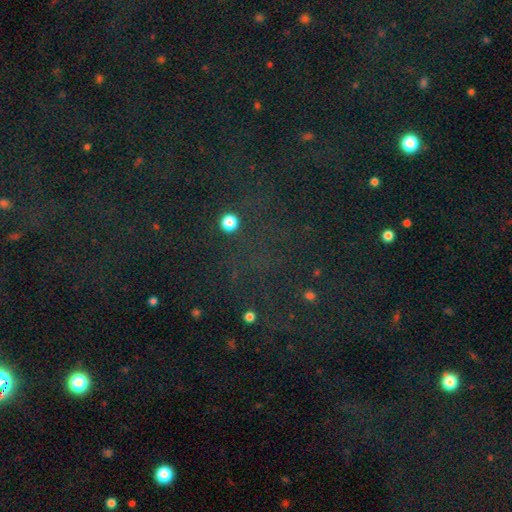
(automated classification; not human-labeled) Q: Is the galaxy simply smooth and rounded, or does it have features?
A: star or artifact — 74%.